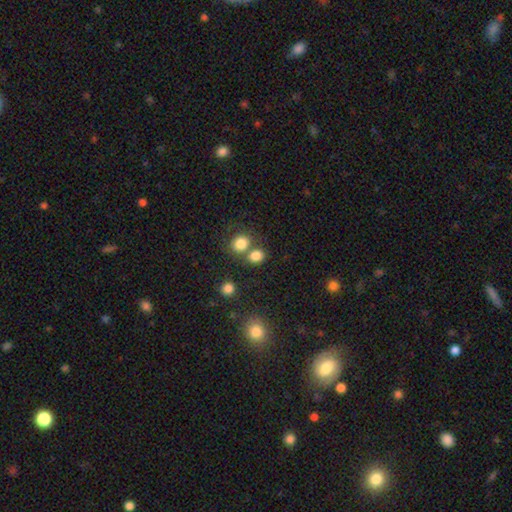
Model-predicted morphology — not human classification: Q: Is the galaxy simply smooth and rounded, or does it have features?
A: smooth — 80%.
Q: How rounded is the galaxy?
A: round — 63%.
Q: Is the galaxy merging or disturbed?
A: none — 52%.